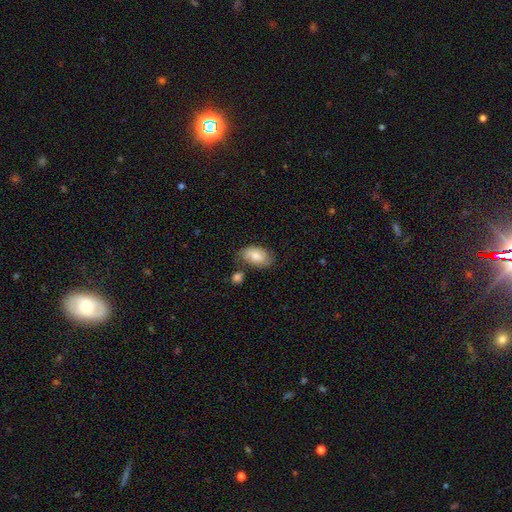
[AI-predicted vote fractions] Morphology: type=smooth (74%); roundness=in between (93%); merging=none (63%).